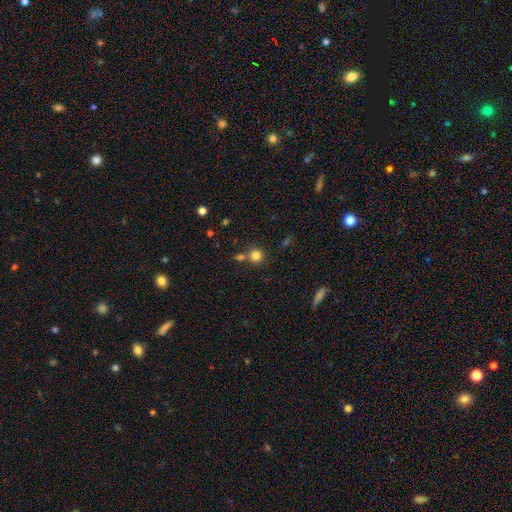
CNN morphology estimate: Overall: smooth (81%). How rounded: round (91%). Merging: none (62%; merger 26%).